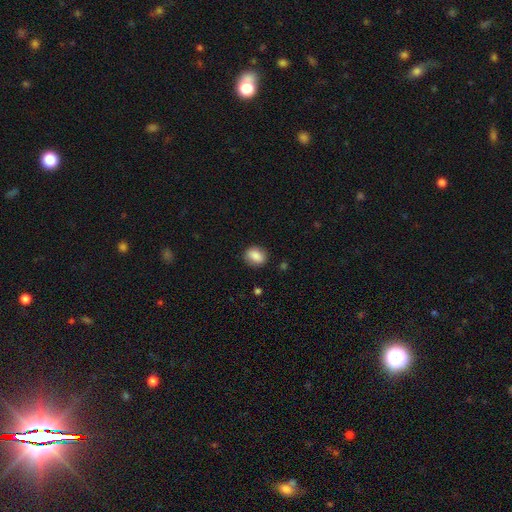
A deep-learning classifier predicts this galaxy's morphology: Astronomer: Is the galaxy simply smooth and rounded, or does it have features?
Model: smooth — 86%.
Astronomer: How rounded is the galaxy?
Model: in between — 53% (runner-up: round, 45%).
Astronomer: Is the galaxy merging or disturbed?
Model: none — 85%.